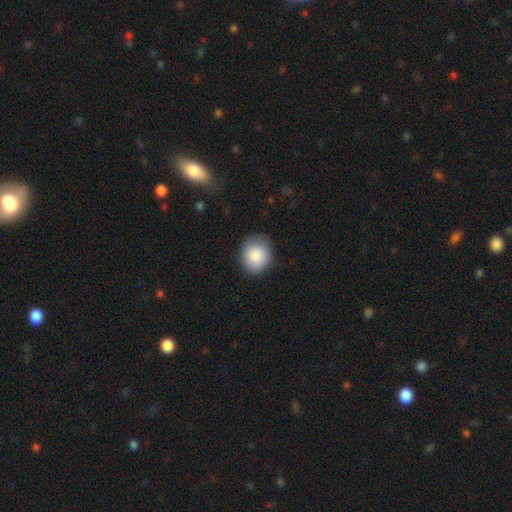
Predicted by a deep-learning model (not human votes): Smooth or featured: smooth — 88% (star or artifact — 7%)
How rounded: round — 68% (in between — 31%)
Merging: none — 81% (minor disturbance — 15%)